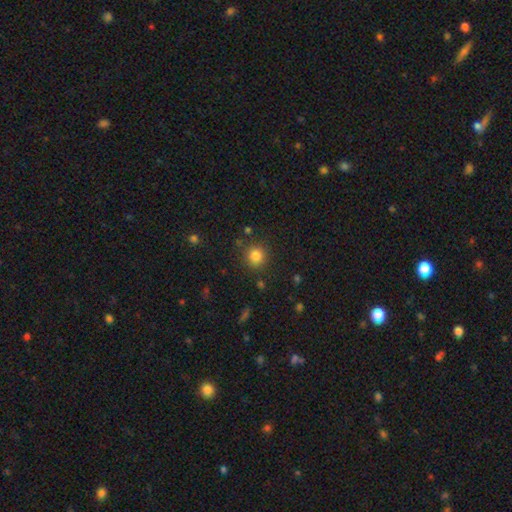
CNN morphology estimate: Smooth or featured: smooth — 83% (star or artifact — 12%)
How rounded: round — 91% (in between — 8%)
Merging: none — 85% (minor disturbance — 8%)